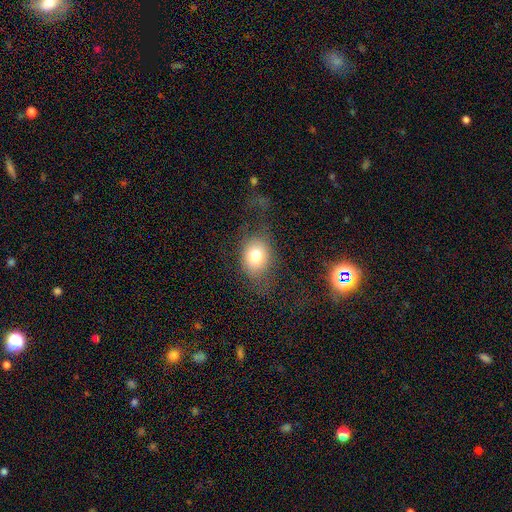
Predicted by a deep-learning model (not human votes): smooth 75%, featured or disk 15%, star or artifact 10%. Down the decision tree: how rounded — in between (57%); merging — none (55%).